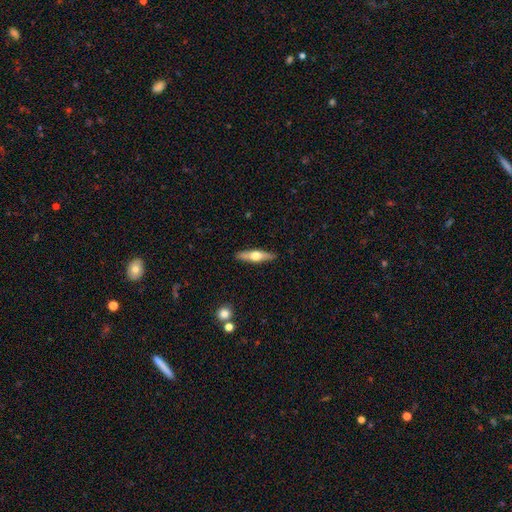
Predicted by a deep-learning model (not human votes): smooth-or-featured: featured or disk: 58% | smooth: 37% | star or artifact: 5%
  disk-edge-on: yes: 94% | no: 6%
    edge-on-bulge: rounded: 95% | boxy: 3% | none: 2%
  merging: none: 90% | minor disturbance: 7% | major disturbance: 2% | merger: 1%